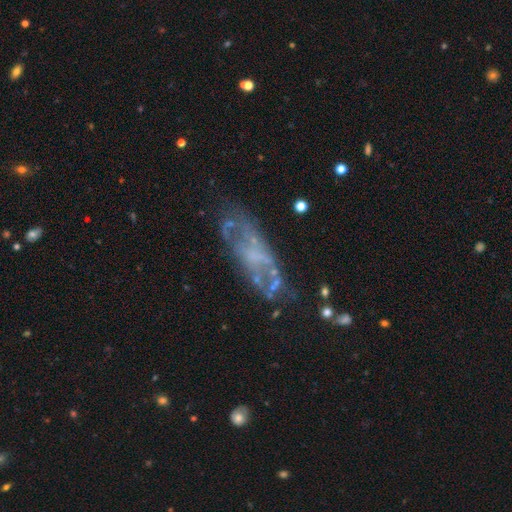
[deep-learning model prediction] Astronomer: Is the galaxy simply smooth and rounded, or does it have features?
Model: featured or disk — 67%.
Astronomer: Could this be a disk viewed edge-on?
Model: no — 82%.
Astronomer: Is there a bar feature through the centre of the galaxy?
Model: no — 76%.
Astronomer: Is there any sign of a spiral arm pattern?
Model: no — 67%.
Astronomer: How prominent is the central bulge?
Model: none — 64%.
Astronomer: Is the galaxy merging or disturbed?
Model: none — 61%.